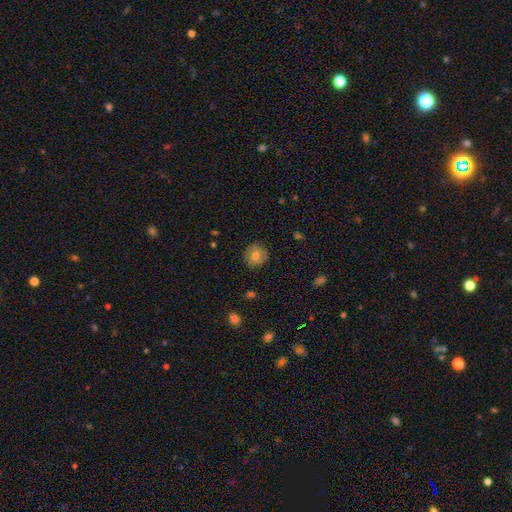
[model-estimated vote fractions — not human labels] A smooth galaxy with no disk features (71%) that is round (83%).

Vote fractions:
- Smooth or featured? smooth: 71% / featured or disk: 19% / star or artifact: 9%
- How rounded? round: 83% / in between: 16% / cigar-shaped: 1%
- Merging? none: 84% / minor disturbance: 12% / major disturbance: 3% / merger: 1%